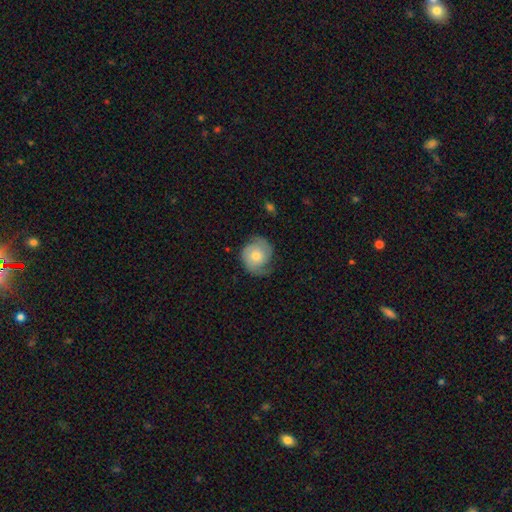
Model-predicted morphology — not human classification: Q: Smooth or featured?
A: featured or disk (63%); runner-up: smooth (30%)
Q: Edge-on disk?
A: no (97%); runner-up: yes (3%)
Q: Bar?
A: no (79%); runner-up: weak (18%)
Q: Spiral arms?
A: yes (90%); runner-up: no (10%)
Q: Spiral winding?
A: tight (48%); runner-up: medium (35%)
Q: Spiral arm count?
A: 2 (70%); runner-up: can't tell (12%)
Q: Bulge size?
A: moderate (57%); runner-up: small (34%)
Q: Merging?
A: none (67%); runner-up: minor disturbance (22%)